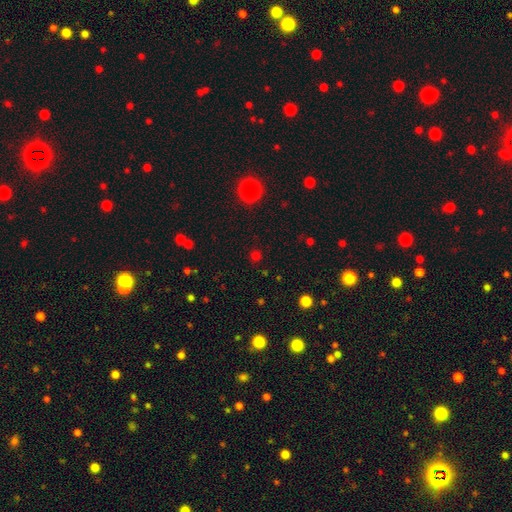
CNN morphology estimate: smooth-or-featured: smooth: 55% | star or artifact: 39% | featured or disk: 6%
  how-rounded: round: 88% | in between: 11% | cigar-shaped: 1%
  merging: none: 83% | minor disturbance: 9% | major disturbance: 4% | merger: 3%